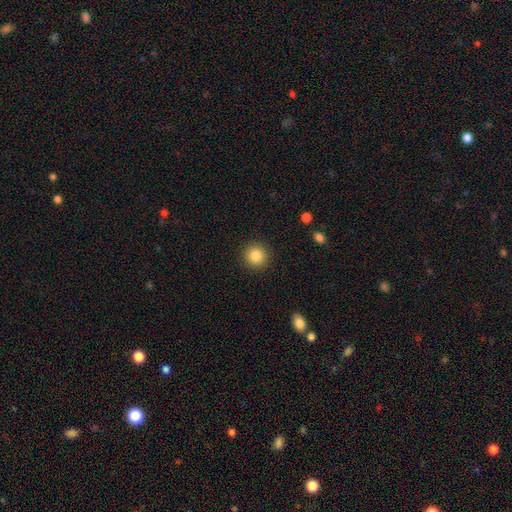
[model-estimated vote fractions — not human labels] Overall: smooth (85%). How rounded: round (93%). Merging: none (91%).